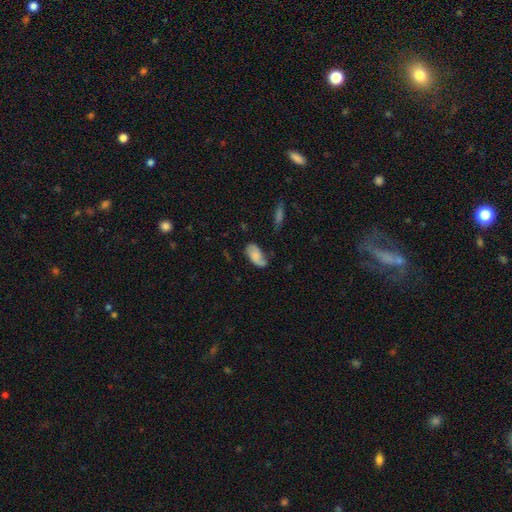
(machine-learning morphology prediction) Smooth or featured? Predicted: smooth (p=0.59). How rounded? Predicted: in between (p=0.92). Merging? Predicted: none (p=0.57).